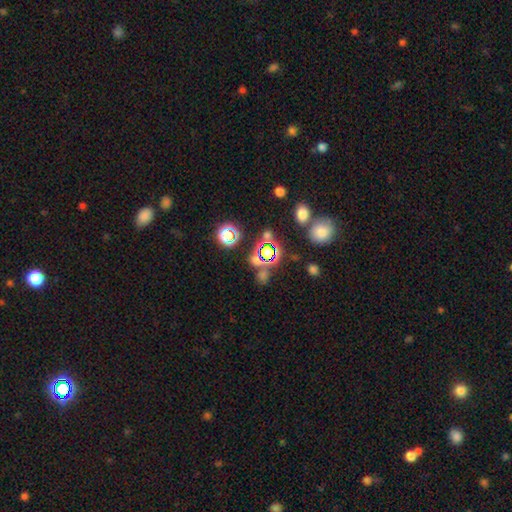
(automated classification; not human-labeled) Smooth or featured? Predicted: star or artifact (p=0.58).